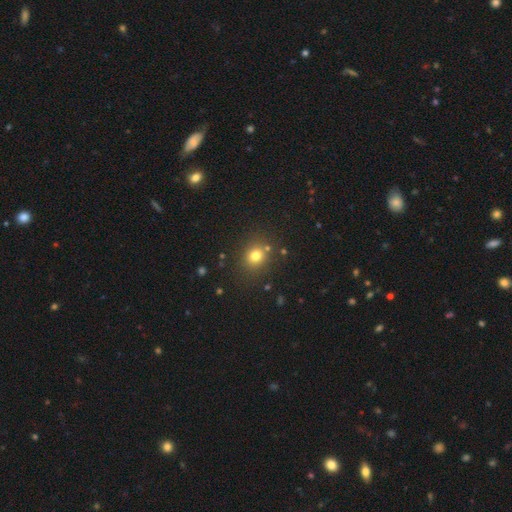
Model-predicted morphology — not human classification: smooth_or_featured: smooth (p=0.76) [alt: star or artifact p=0.16]
how_rounded: round (p=0.77) [alt: in between p=0.22]
merging: none (p=0.80) [alt: minor disturbance p=0.10]